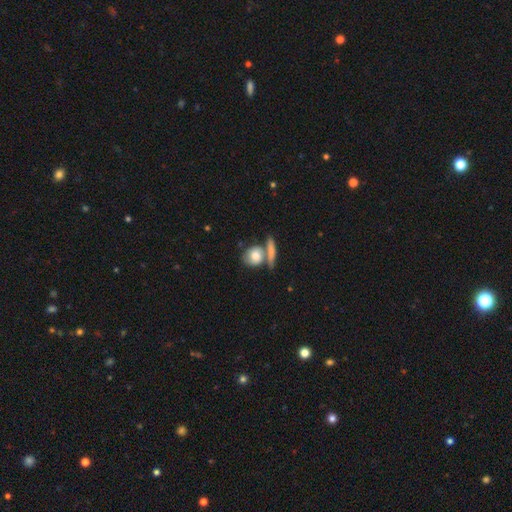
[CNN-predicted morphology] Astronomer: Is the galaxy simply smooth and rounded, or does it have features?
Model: smooth — 72%.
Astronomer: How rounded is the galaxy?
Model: round — 59%.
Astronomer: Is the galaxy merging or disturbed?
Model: none — 48% (runner-up: merger, 33%).